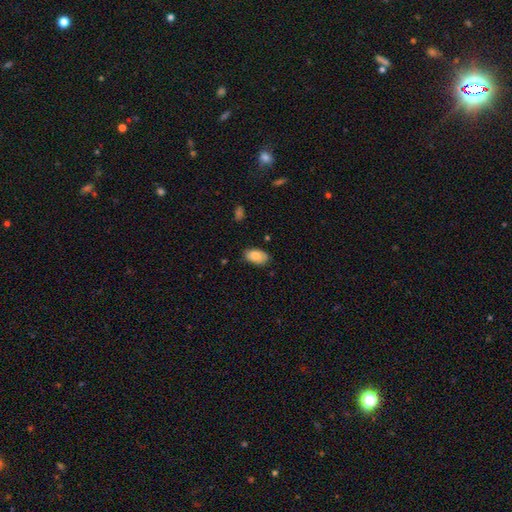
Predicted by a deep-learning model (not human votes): Smooth or featured?
  - smooth: 82% *
  - featured or disk: 11%
  - star or artifact: 7%
How rounded?
  - in between: 94% *
  - round: 5%
  - cigar-shaped: 2%
Merging?
  - none: 78% *
  - minor disturbance: 18%
  - major disturbance: 3%
  - merger: 1%